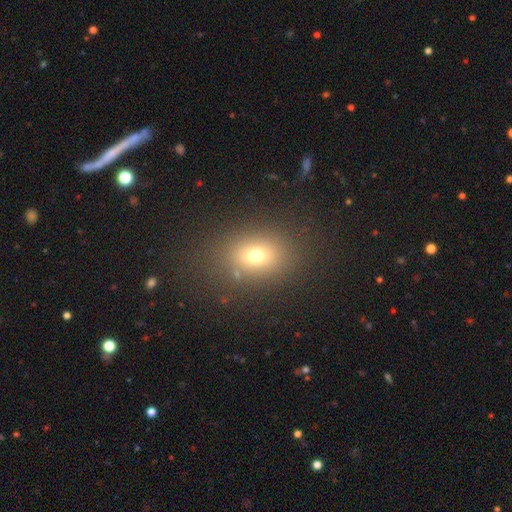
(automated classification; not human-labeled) Q: Smooth or featured?
A: smooth (70%); runner-up: star or artifact (18%)
Q: How rounded?
A: in between (55%); runner-up: round (44%)
Q: Merging?
A: none (82%); runner-up: minor disturbance (10%)